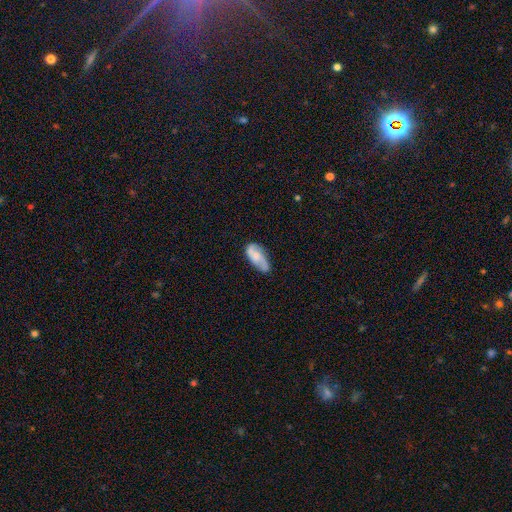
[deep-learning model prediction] Q: Smooth or featured?
A: featured or disk (52%); runner-up: smooth (40%)
Q: Edge-on disk?
A: no (93%); runner-up: yes (7%)
Q: Merging?
A: none (62%); runner-up: minor disturbance (26%)